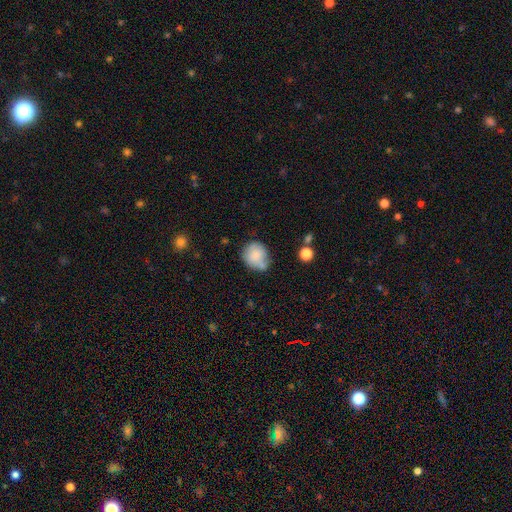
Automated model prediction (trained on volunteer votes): This appears to be a smooth galaxy with no disk features (79%) that is round (73%). Merging: none (48%).